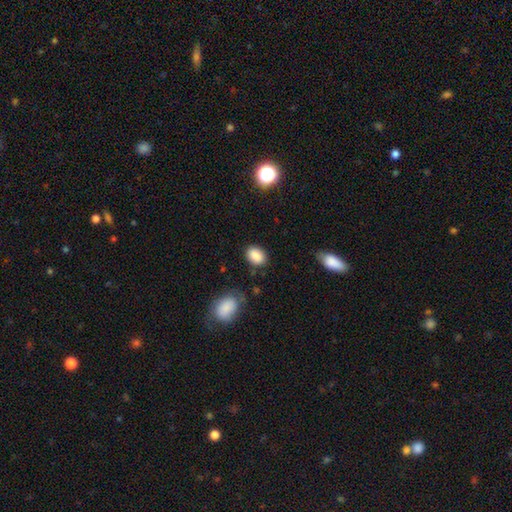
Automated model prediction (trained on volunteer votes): smooth_or_featured: smooth (p=0.87) [alt: star or artifact p=0.08]
how_rounded: in between (p=0.72) [alt: round p=0.27]
merging: none (p=0.82) [alt: minor disturbance p=0.12]